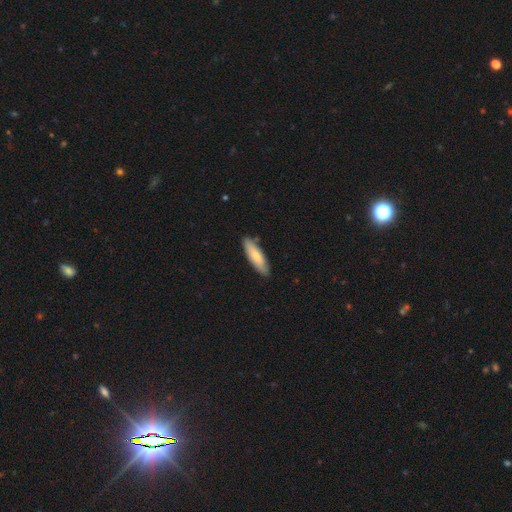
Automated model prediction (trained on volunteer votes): A smooth galaxy with no disk features (75%) that is cigar-shaped (59%).

Vote fractions:
- Smooth or featured? smooth: 75% / featured or disk: 20% / star or artifact: 5%
- How rounded? cigar-shaped: 59% / in between: 40% / round: 1%
- Merging? none: 85% / minor disturbance: 12% / merger: 2% / major disturbance: 2%